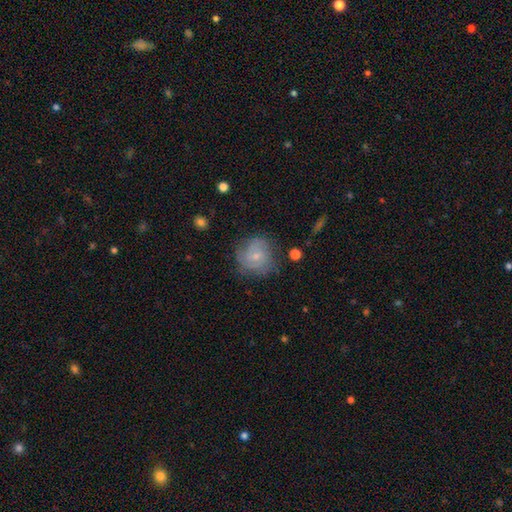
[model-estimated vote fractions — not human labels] Smooth or featured: featured or disk — 55% (smooth — 37%)
Edge-on disk: no — 97% (yes — 3%)
Bar: no — 67% (weak — 29%)
Spiral arms: yes — 83% (no — 17%)
Bulge size: small — 67% (moderate — 27%)
Merging: none — 70% (minor disturbance — 20%)